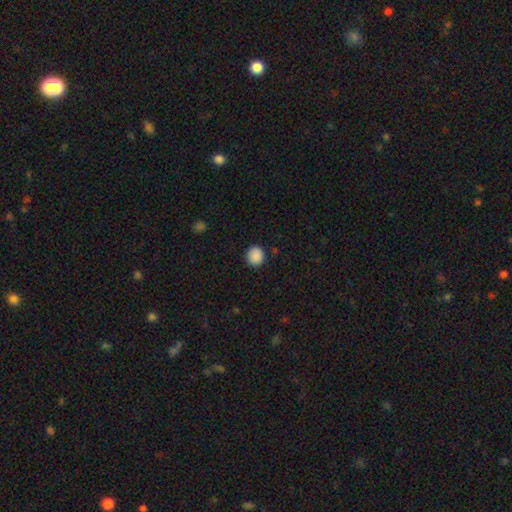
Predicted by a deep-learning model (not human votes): Morphology: type=smooth (88%); roundness=round (87%); merging=none (90%).